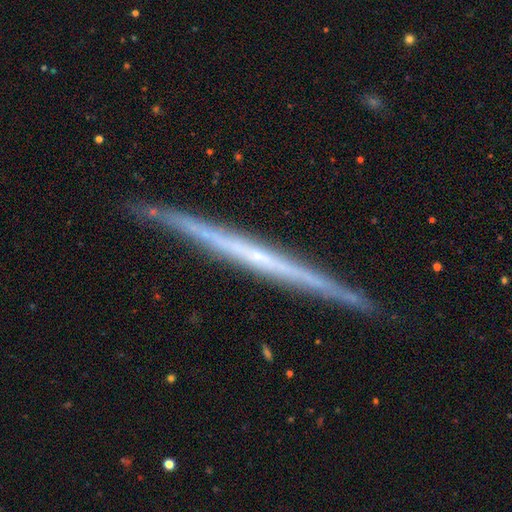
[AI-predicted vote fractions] A featured or disk galaxy (78%) viewed edge-on (97%) with no central bulge (79%).

Vote fractions:
- Smooth or featured? featured or disk: 78% / smooth: 17% / star or artifact: 6%
- Edge-on disk? yes: 97% / no: 3%
- Edge-on bulge? none: 79% / rounded: 17% / boxy: 4%
- Merging? none: 88% / minor disturbance: 9% / major disturbance: 1% / merger: 1%